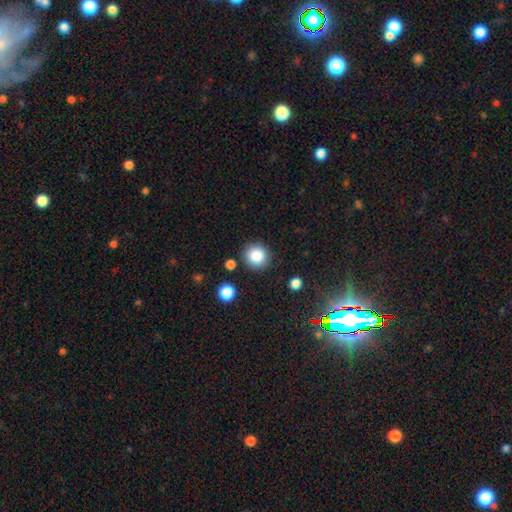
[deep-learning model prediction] Smooth or featured? smooth (86%)
How rounded? round (91%)
Merging? none (86%)